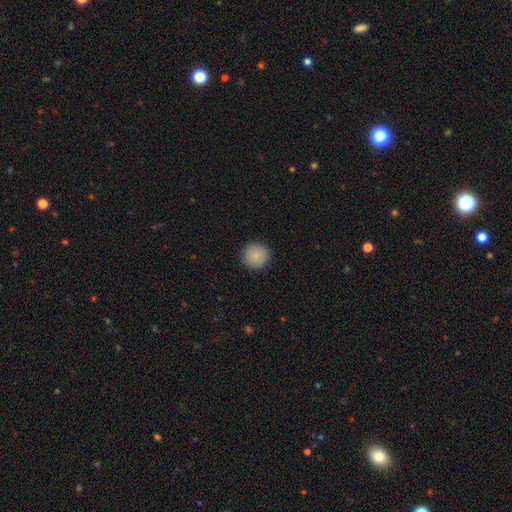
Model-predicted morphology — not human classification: This is clearly a smooth galaxy (86%). How rounded: clearly round (94%). Merging: clearly none (89%).